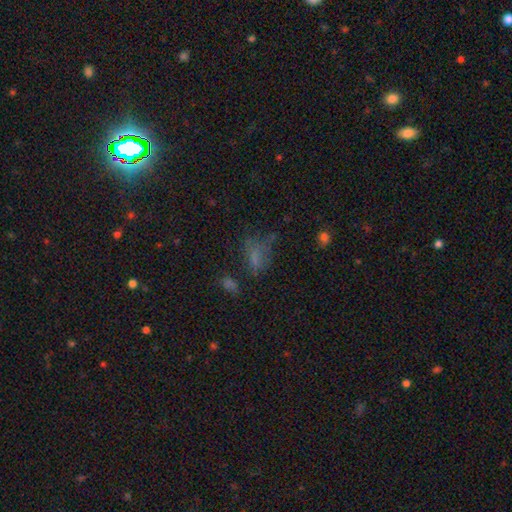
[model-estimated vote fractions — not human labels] smooth_or_featured: smooth (p=0.52) [alt: star or artifact p=0.31]
how_rounded: in between (p=0.76) [alt: round p=0.16]
merging: none (p=0.44) [alt: major disturbance p=0.26]